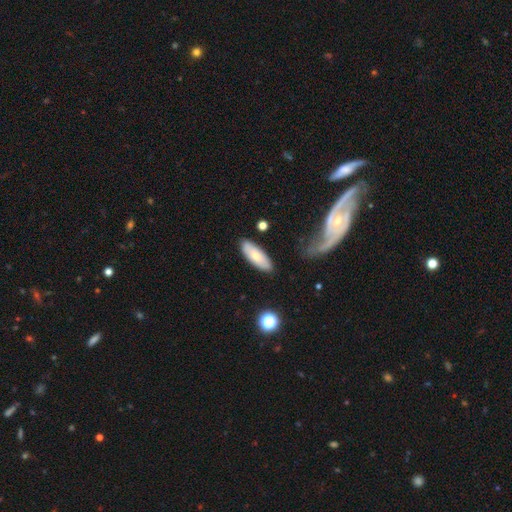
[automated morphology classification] Smooth or featured: smooth — 68% (featured or disk — 26%)
How rounded: in between — 70% (cigar-shaped — 28%)
Merging: none — 83% (minor disturbance — 12%)